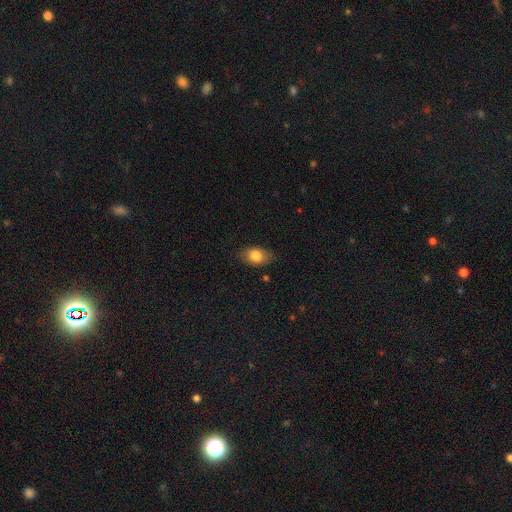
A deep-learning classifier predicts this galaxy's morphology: smooth 80%, featured or disk 12%, star or artifact 8%. Down the decision tree: how rounded — in between (87%); merging — none (81%).